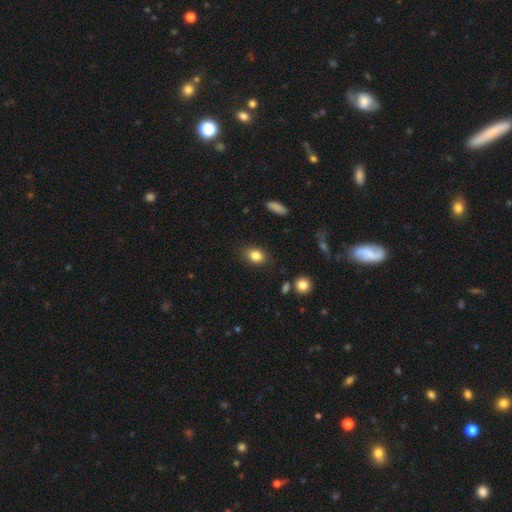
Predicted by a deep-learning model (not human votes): This is clearly a smooth galaxy (84%). How rounded: likely in between (73%). Merging: clearly none (81%).